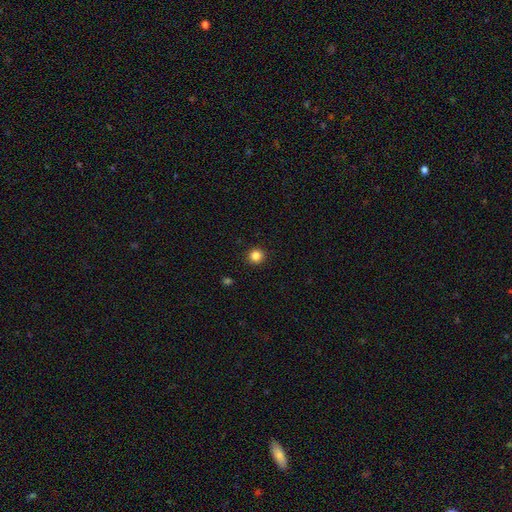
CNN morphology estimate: Overall: smooth (85%). How rounded: round (93%). Merging: none (93%).